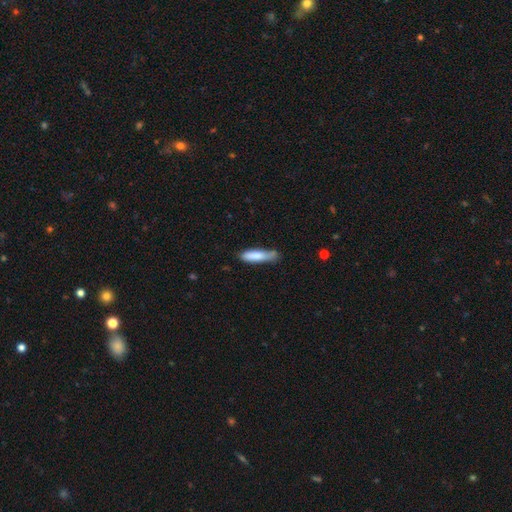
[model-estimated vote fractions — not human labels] This appears to be a smooth galaxy with no disk features (80%) that is cigar-shaped (78%). Merging: none (60%).